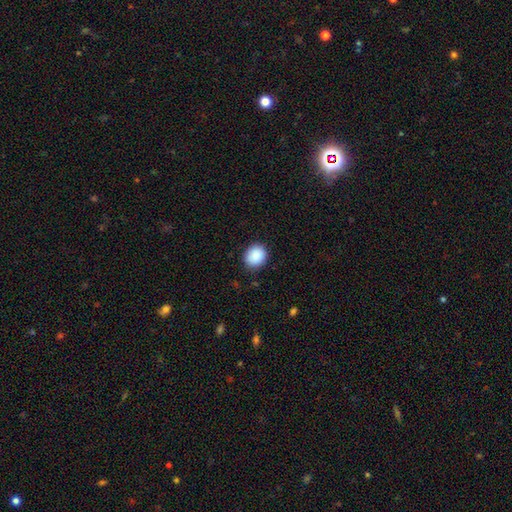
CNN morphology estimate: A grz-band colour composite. It shows a smooth galaxy with no disk features (89%) that is round (67%). Merging: none (88%).